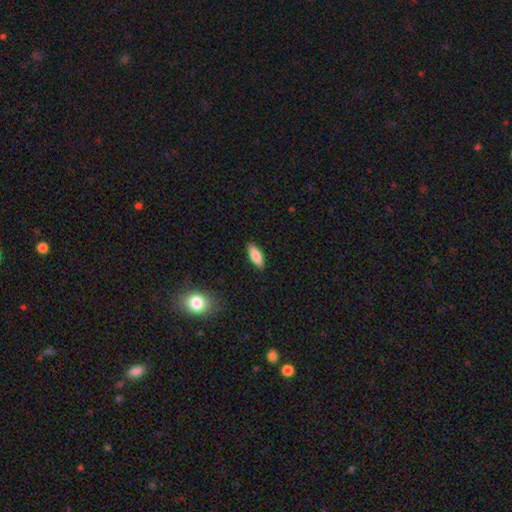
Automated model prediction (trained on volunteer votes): A smooth galaxy with no disk features (79%) that is in between round and cigar-shaped (68%). Merging: none (88%).